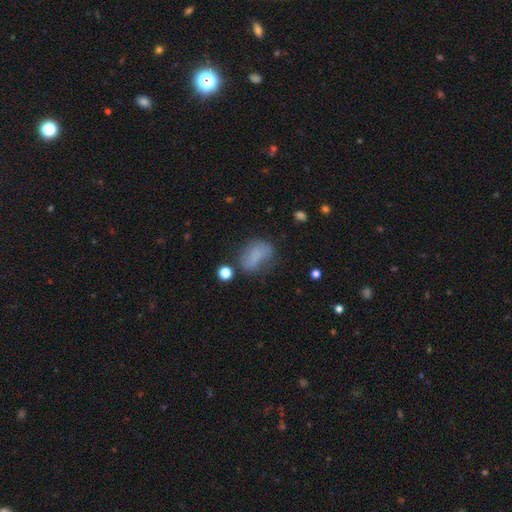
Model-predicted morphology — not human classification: Q: Smooth or featured?
A: smooth (68%); runner-up: featured or disk (18%)
Q: How rounded?
A: in between (78%); runner-up: round (19%)
Q: Merging?
A: none (47%); runner-up: minor disturbance (29%)